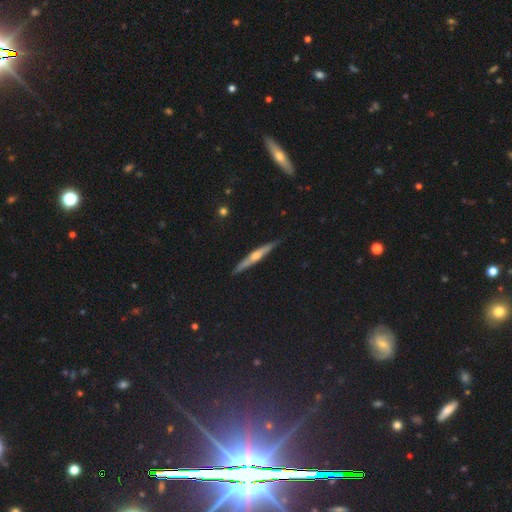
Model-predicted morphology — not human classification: type=featured or disk (68%); edge-on=yes (96%); edge-on bulge=rounded (78%); merging=none (87%).